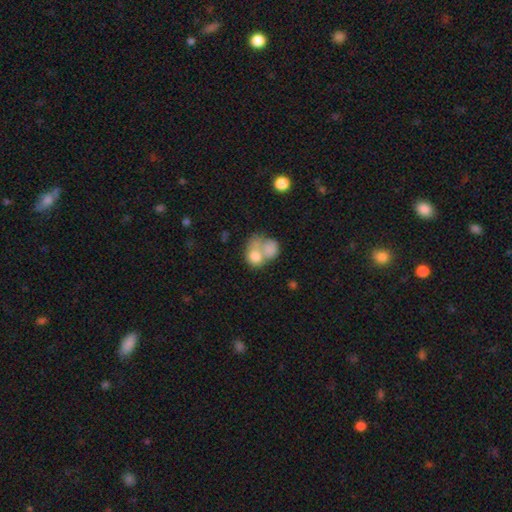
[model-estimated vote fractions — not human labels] This appears to be a smooth galaxy with no disk features (74%) that is round (54%). Merging: merger (66%).